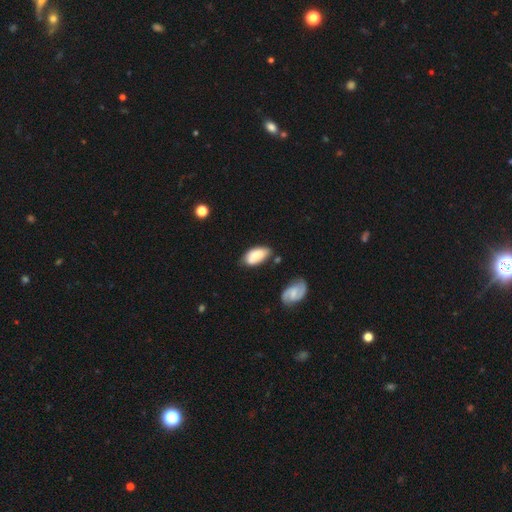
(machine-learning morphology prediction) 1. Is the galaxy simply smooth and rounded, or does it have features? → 77% smooth, 16% featured or disk, 7% star or artifact.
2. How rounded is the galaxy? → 93% in between, 4% cigar-shaped, 3% round.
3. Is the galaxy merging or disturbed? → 61% none, 27% minor disturbance, 7% merger, 5% major disturbance.